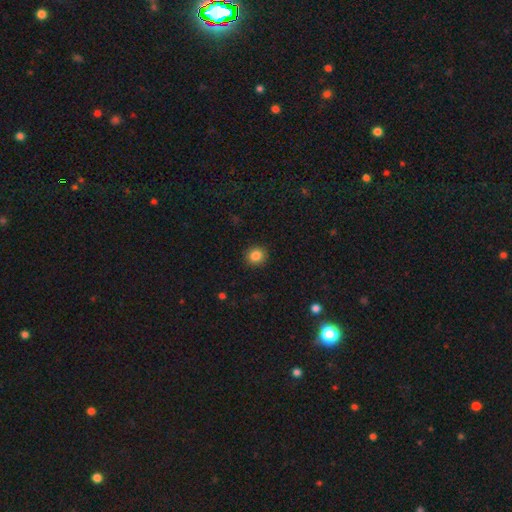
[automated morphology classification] Smooth or featured? Predicted: smooth (p=0.85). How rounded? Predicted: round (p=0.89). Merging? Predicted: none (p=0.92).